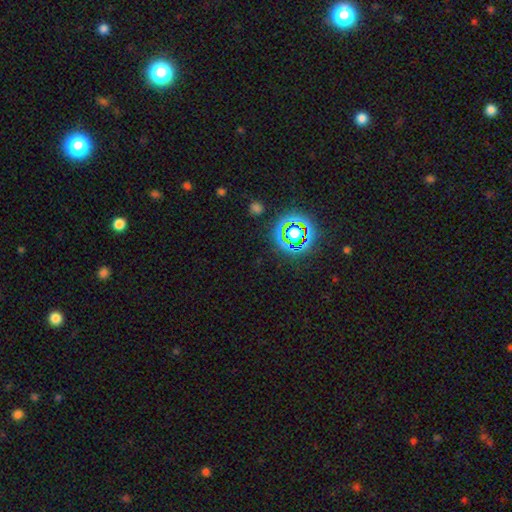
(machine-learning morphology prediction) A star or artifact, not a galaxy (76%).

Vote fractions:
- Smooth or featured? star or artifact: 76% / smooth: 15% / featured or disk: 9%